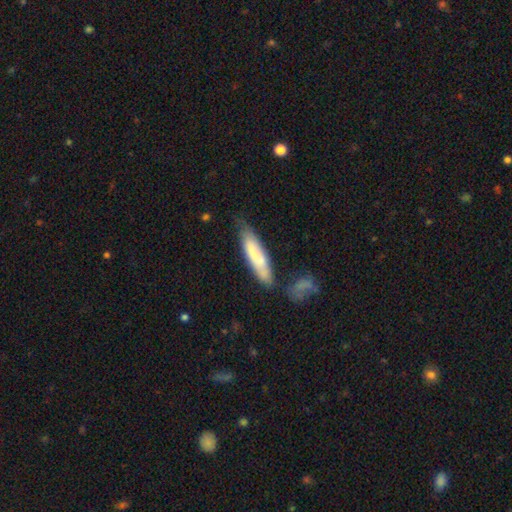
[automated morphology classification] A smooth galaxy with no disk features (68%) that is cigar-shaped (75%).

Vote fractions:
- Smooth or featured? smooth: 68% / featured or disk: 26% / star or artifact: 6%
- How rounded? cigar-shaped: 75% / in between: 23% / round: 1%
- Merging? none: 58% / minor disturbance: 23% / merger: 12% / major disturbance: 7%